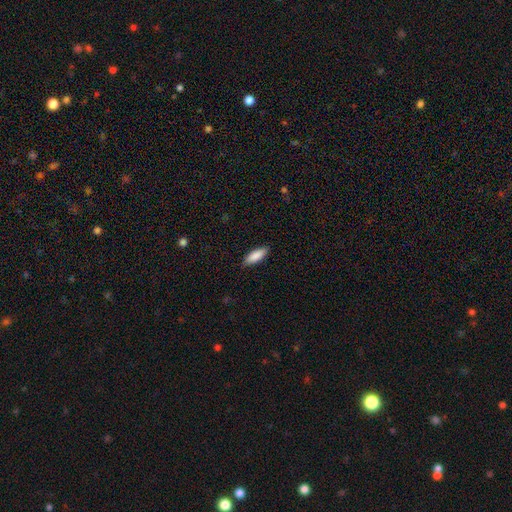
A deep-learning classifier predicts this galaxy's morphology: smooth-or-featured: smooth: 87% | featured or disk: 8% | star or artifact: 6%
  how-rounded: in between: 60% | cigar-shaped: 38% | round: 2%
  merging: none: 86% | minor disturbance: 11% | major disturbance: 2% | merger: 1%